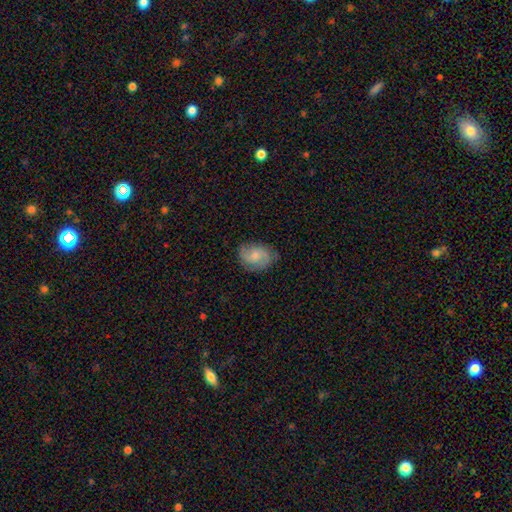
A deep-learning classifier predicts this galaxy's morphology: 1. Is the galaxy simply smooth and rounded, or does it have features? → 53% featured or disk, 40% smooth, 7% star or artifact.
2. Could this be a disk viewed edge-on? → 97% no, 3% yes.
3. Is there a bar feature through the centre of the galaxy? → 64% no, 31% weak, 4% strong.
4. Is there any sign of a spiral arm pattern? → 88% yes, 12% no.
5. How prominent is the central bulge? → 49% small, 42% moderate, 5% none, 3% large, 1% dominant.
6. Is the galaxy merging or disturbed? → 75% none, 19% minor disturbance, 5% major disturbance, 1% merger.